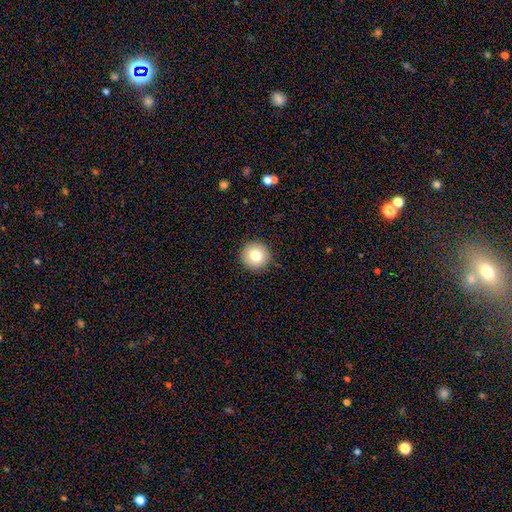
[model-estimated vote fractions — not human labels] Morphology: type=smooth (79%); roundness=round (95%); merging=none (91%).